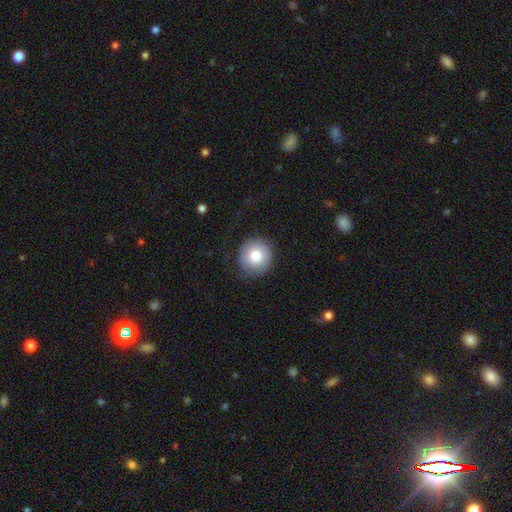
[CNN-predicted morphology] Smooth or featured?
  - smooth: 79% *
  - featured or disk: 13%
  - star or artifact: 8%
How rounded?
  - round: 91% *
  - in between: 8%
  - cigar-shaped: 1%
Merging?
  - none: 76% *
  - minor disturbance: 17%
  - major disturbance: 5%
  - merger: 1%